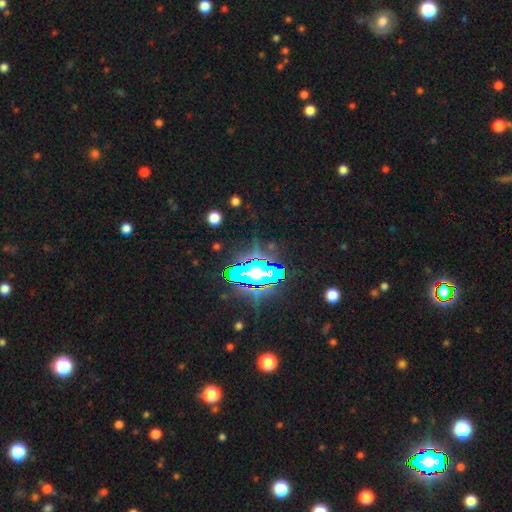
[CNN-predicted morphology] This appears to be a star or artifact, not a galaxy (58%).